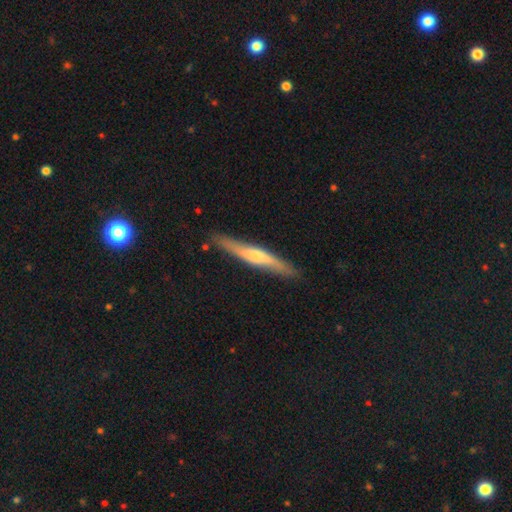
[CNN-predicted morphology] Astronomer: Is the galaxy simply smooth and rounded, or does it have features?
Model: featured or disk — 51% (runner-up: smooth, 44%).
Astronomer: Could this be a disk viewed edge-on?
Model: yes — 89%.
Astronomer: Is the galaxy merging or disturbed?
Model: none — 85%.